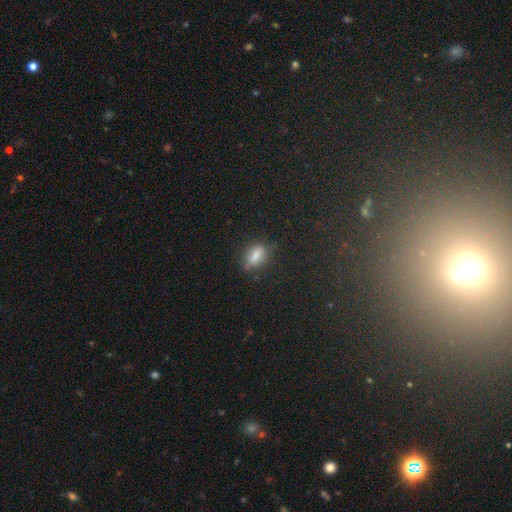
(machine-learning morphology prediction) Smooth or featured? smooth (73%)
How rounded? in between (79%)
Merging? none (71%)